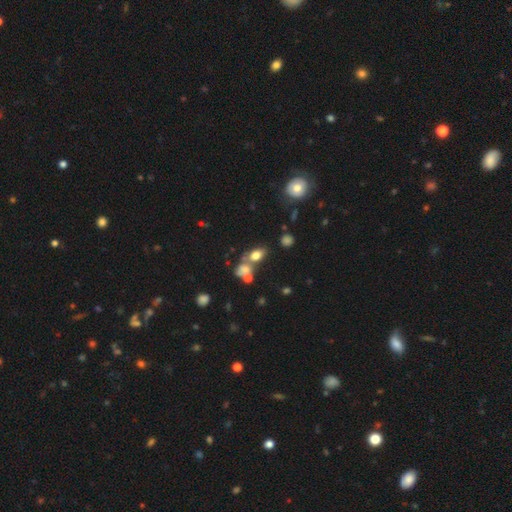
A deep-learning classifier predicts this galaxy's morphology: Smooth or featured? Predicted: smooth (p=0.68). How rounded? Predicted: in between (p=0.77). Merging? Predicted: merger (p=0.41).